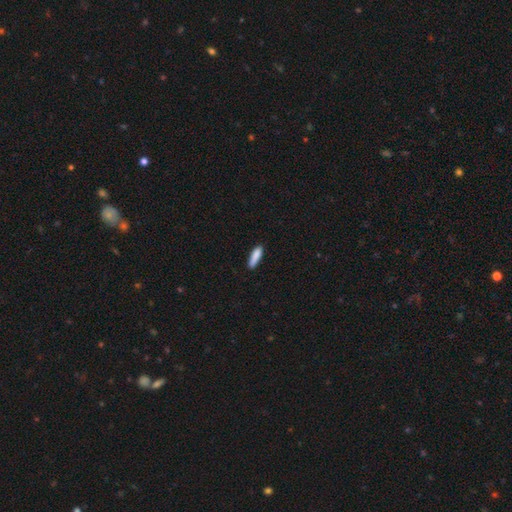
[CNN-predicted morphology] Smooth or featured: smooth — 87% (featured or disk — 7%)
How rounded: cigar-shaped — 64% (in between — 34%)
Merging: none — 78% (minor disturbance — 18%)